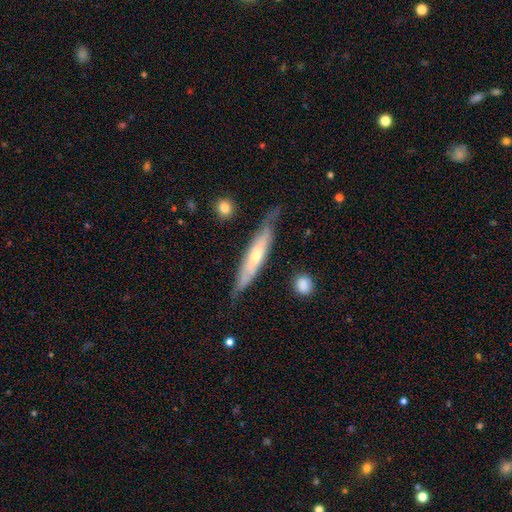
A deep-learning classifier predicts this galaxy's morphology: Smooth or featured: featured or disk — 63% (smooth — 32%)
Edge-on disk: yes — 74% (no — 26%)
Merging: none — 71% (minor disturbance — 21%)